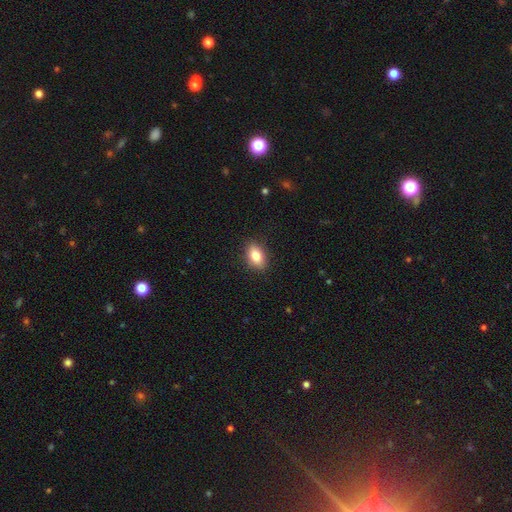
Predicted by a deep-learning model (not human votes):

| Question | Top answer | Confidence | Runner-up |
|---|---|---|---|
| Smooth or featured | smooth | 82% | featured or disk (10%) |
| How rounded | in between | 85% | round (13%) |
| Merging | none | 88% | minor disturbance (9%) |